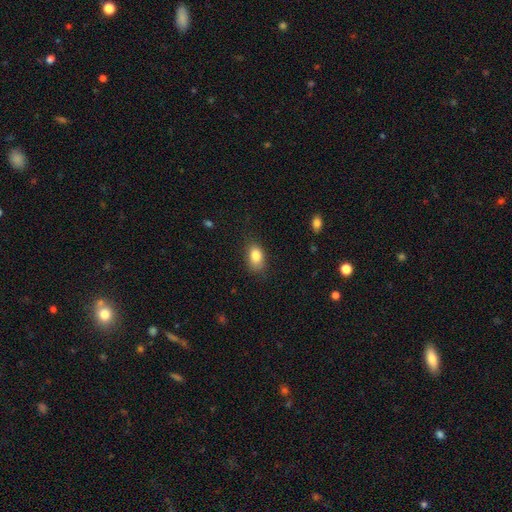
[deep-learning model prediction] The model was most divided on "merging": none: 74%, minor disturbance: 20%, major disturbance: 5%, merger: 1%. More confident: smooth or featured — smooth (84%); how rounded — in between (83%).